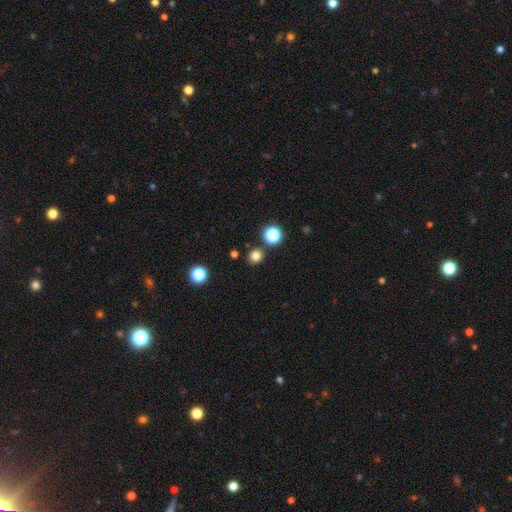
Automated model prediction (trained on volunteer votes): A smooth galaxy with no disk features (79%) that is round (83%). Merging: none (85%).